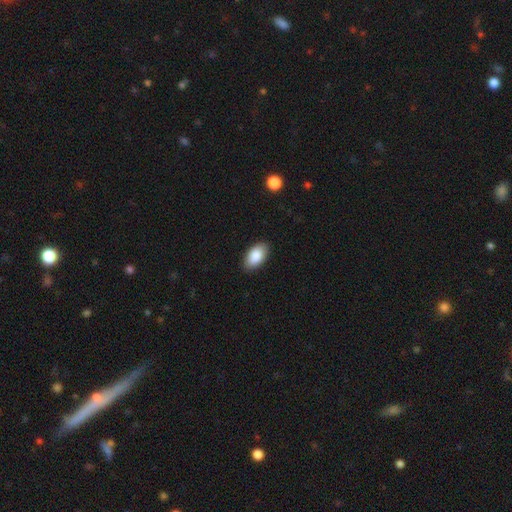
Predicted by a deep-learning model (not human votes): Overall: smooth (88%). How rounded: in between (95%). Merging: none (88%).